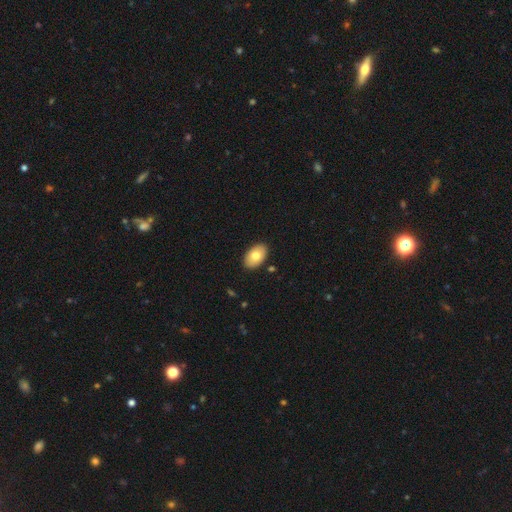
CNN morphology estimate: Overall: smooth (76%). How rounded: in between (92%). Merging: none (89%).